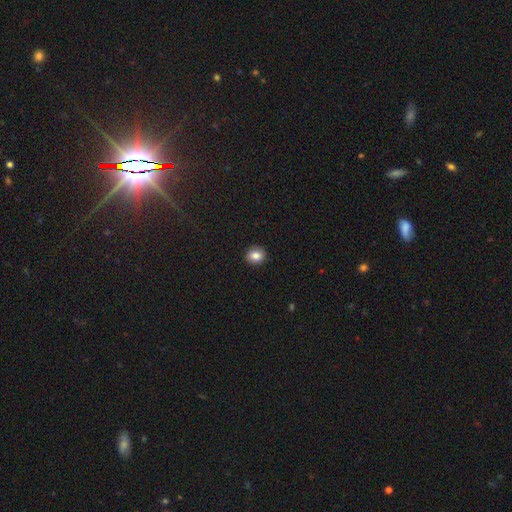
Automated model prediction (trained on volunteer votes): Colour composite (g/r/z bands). It shows a smooth galaxy with no disk features (84%) that is round (74%). Merging: none (91%).